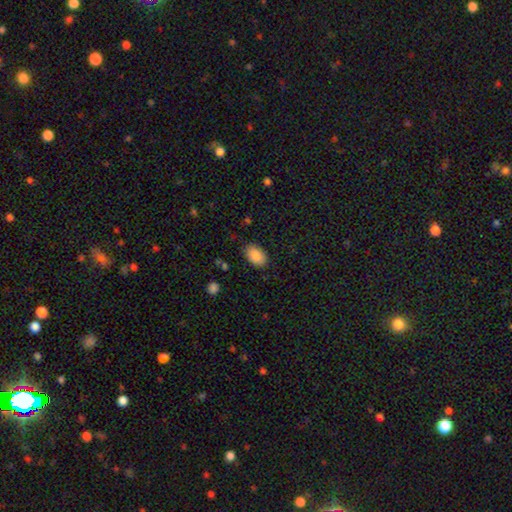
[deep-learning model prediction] The model was most divided on "merging": none: 84%, minor disturbance: 12%, major disturbance: 3%, merger: 1%. More confident: how rounded — in between (90%); smooth or featured — smooth (89%).